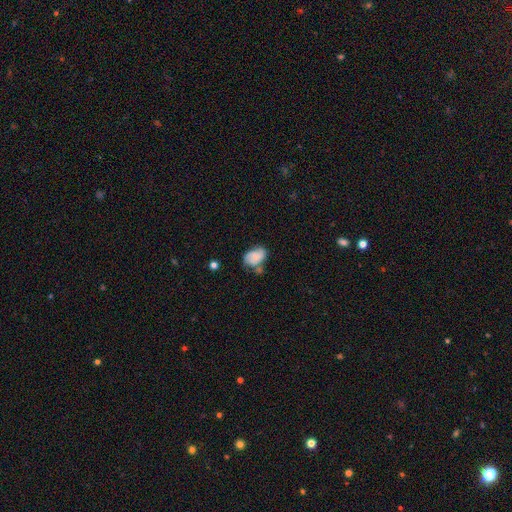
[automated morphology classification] Smooth or featured: smooth — 59% (featured or disk — 32%)
How rounded: in between — 82% (round — 17%)
Merging: none — 43% (minor disturbance — 29%)